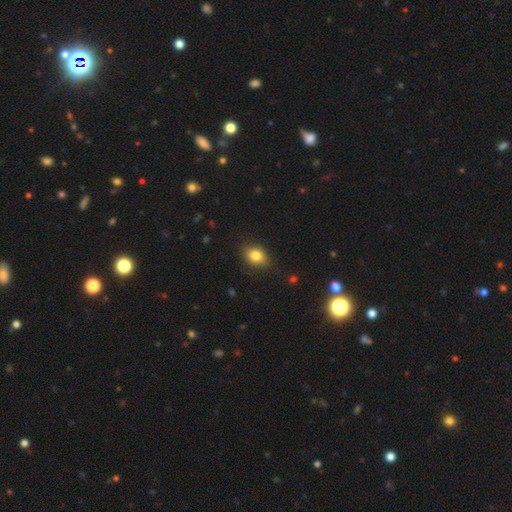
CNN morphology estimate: Smooth or featured? smooth (82%)
How rounded? in between (63%)
Merging? none (81%)